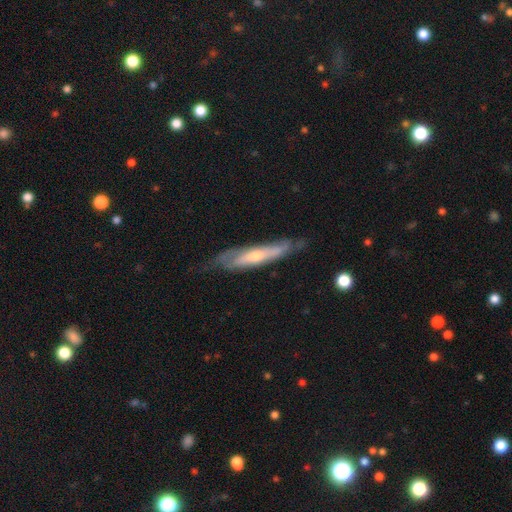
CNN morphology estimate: smooth_or_featured: featured or disk (p=0.66) [alt: smooth p=0.26]
disk_edge_on: yes (p=0.64) [alt: no p=0.36]
merging: none (p=0.75) [alt: minor disturbance p=0.19]